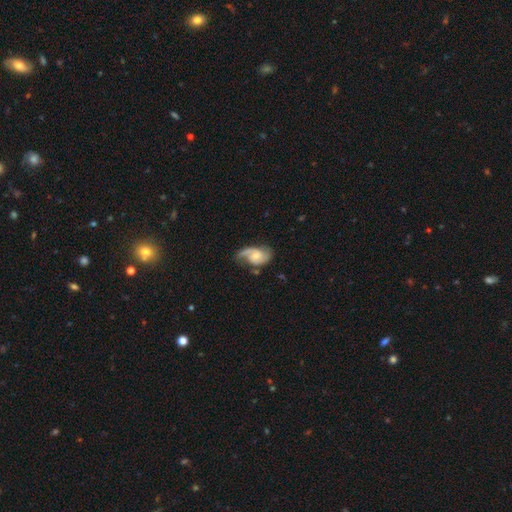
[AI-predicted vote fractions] A featured or disk galaxy (79%) with no bar (60%), 2 (68%) medium (45%) spiral arms (94%) and a small central bulge (50%). Merging: none (52%).